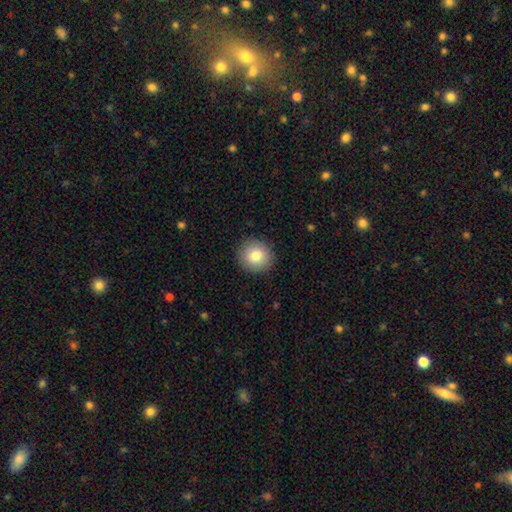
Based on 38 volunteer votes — A smooth galaxy with no disk features (76%) that is round (93%). Merging: none (86%).